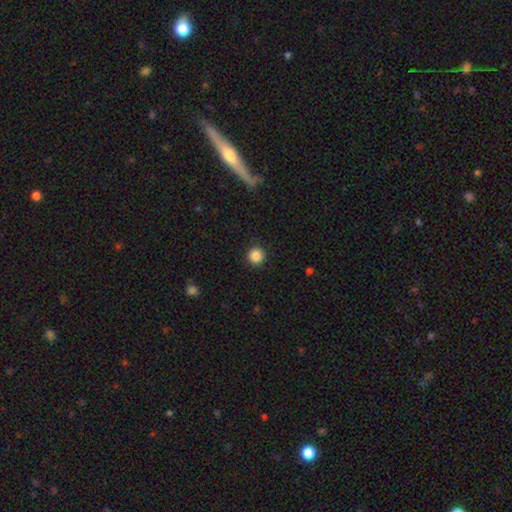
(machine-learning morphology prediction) smooth-or-featured: smooth: 87% | star or artifact: 10% | featured or disk: 3%
  how-rounded: round: 95% | in between: 4% | cigar-shaped: 1%
  merging: none: 91% | minor disturbance: 6% | major disturbance: 2% | merger: 1%